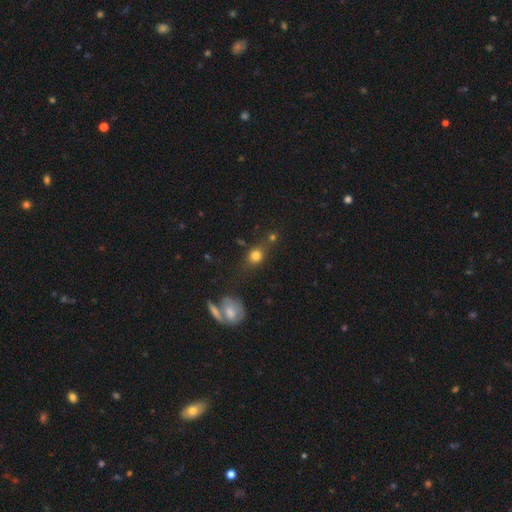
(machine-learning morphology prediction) The model was most divided on "how rounded": round: 64%, in between: 33%, cigar-shaped: 3%. More confident: smooth or featured — smooth (77%); merging — none (64%).